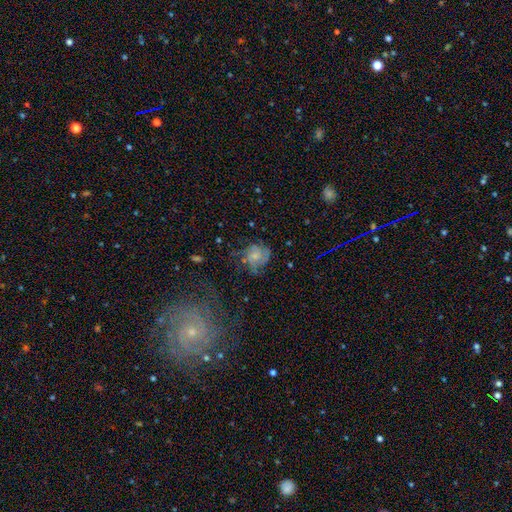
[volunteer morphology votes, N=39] This is possibly a featured or disk galaxy (56%). It is clearly not viewed edge-on (100%). Bar: possibly no (59%). Spiral arm pattern: likely yes (77%). Spiral arm count: possibly 3 (53%). Spiral winding: possibly medium (47%). Central bulge: possibly small (59%). Merging: marginally minor disturbance (36%, tied with major disturbance).